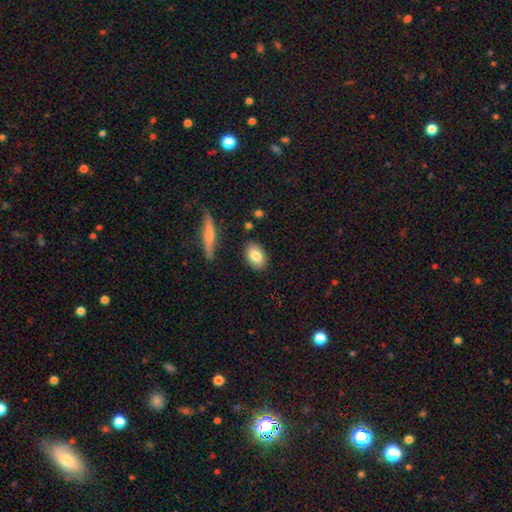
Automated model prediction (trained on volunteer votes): smooth-or-featured: smooth: 81% | featured or disk: 12% | star or artifact: 7%
  how-rounded: in between: 82% | round: 15% | cigar-shaped: 3%
  merging: none: 86% | minor disturbance: 10% | merger: 2% | major disturbance: 2%